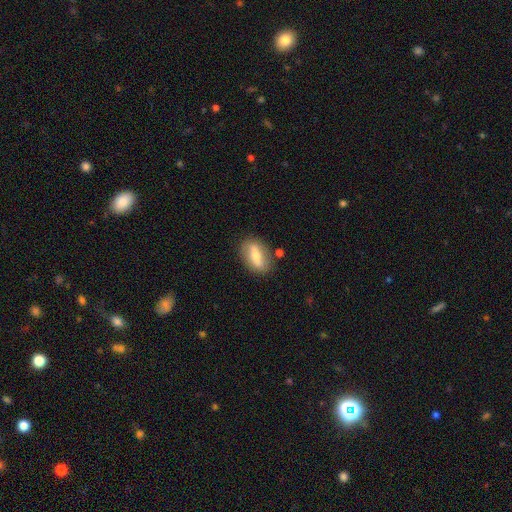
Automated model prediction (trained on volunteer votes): This is possibly a smooth galaxy (54%). How rounded: likely in between (77%). Merging: clearly none (81%).